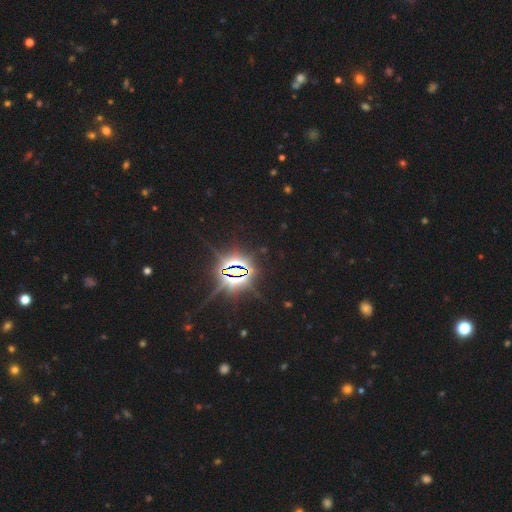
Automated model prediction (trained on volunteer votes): The model was most divided on "smooth or featured": star or artifact: 85%, smooth: 8%, featured or disk: 6%.